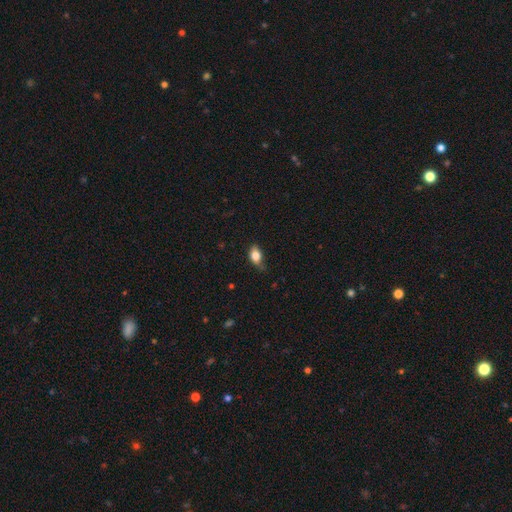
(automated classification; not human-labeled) This is clearly a smooth galaxy (82%). How rounded: clearly in between (84%). Merging: likely none (66%).